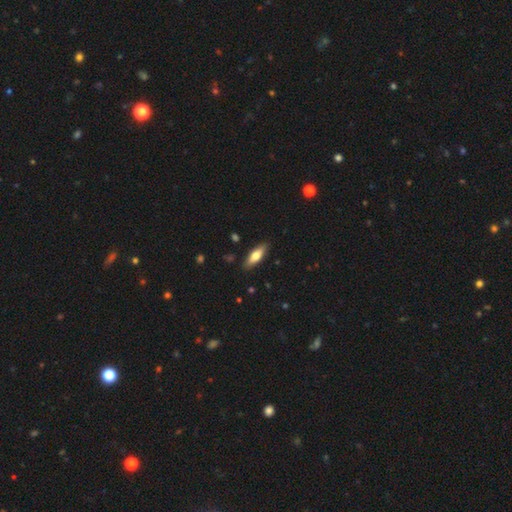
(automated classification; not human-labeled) A smooth galaxy with no disk features (67%) that is in between round and cigar-shaped (58%). Merging: none (87%).